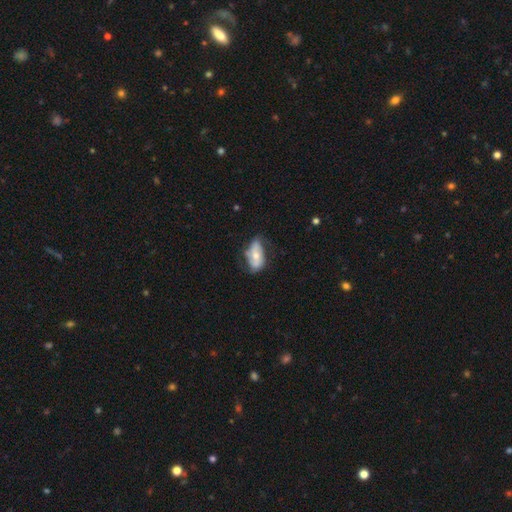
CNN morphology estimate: Overall: smooth (51%; featured or disk 43%). How rounded: in between (90%). Merging: none (49%; minor disturbance 35%).